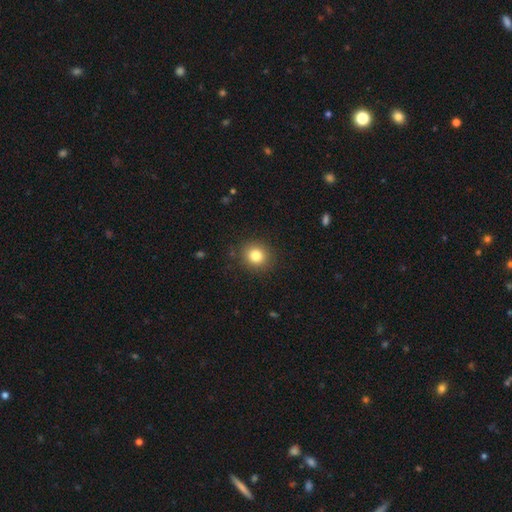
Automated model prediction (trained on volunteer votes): smooth 81%, star or artifact 12%, featured or disk 7%. Down the decision tree: how rounded — round (84%); merging — none (89%).